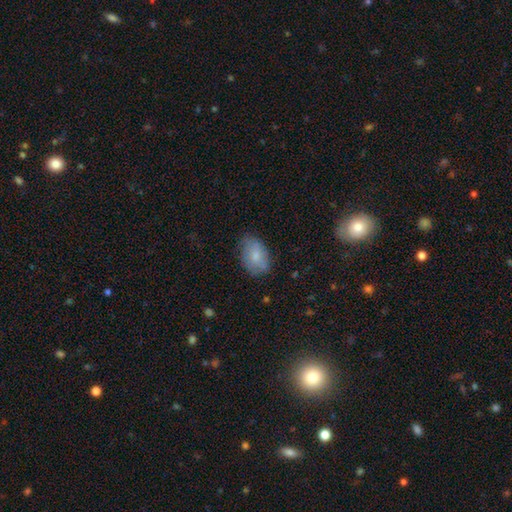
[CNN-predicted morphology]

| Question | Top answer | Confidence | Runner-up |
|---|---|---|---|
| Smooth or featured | smooth | 75% | featured or disk (18%) |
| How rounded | in between | 87% | round (12%) |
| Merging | none | 69% | minor disturbance (24%) |